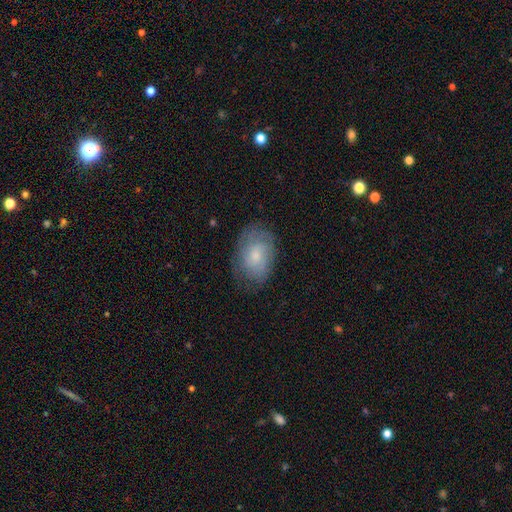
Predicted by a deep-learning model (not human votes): Q: Smooth or featured?
A: smooth (53%); runner-up: featured or disk (39%)
Q: How rounded?
A: in between (86%); runner-up: round (13%)
Q: Merging?
A: none (72%); runner-up: minor disturbance (20%)